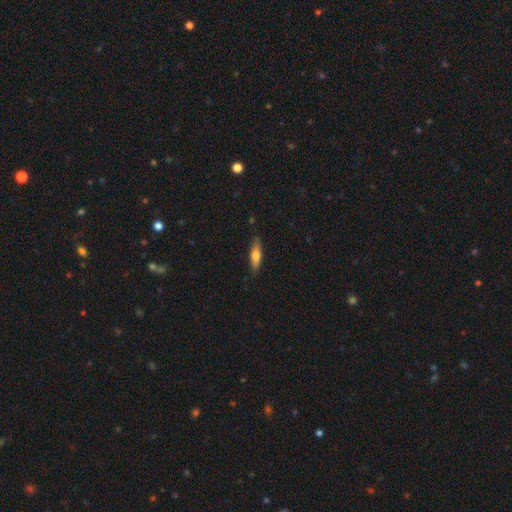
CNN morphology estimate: type=smooth (56%); roundness=cigar-shaped (69%); merging=none (86%).